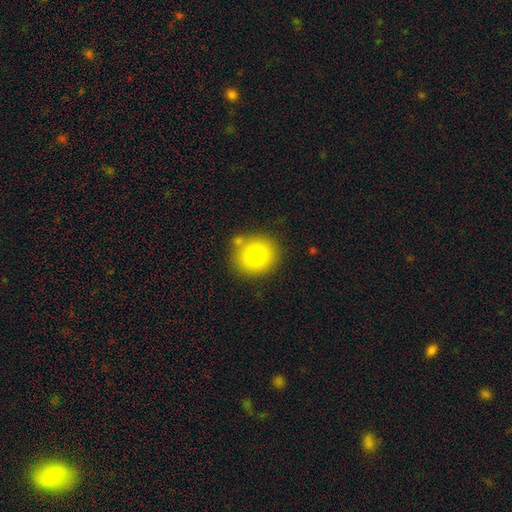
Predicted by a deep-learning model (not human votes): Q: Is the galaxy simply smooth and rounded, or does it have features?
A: smooth — 80%.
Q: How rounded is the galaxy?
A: round — 86%.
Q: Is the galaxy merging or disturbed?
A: none — 79%.